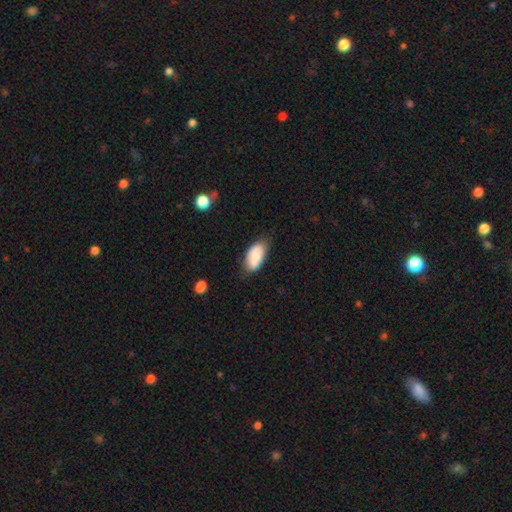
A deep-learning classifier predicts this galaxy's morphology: This appears to be a smooth galaxy with no disk features (76%) that is in between round and cigar-shaped (93%). Merging: none (66%).